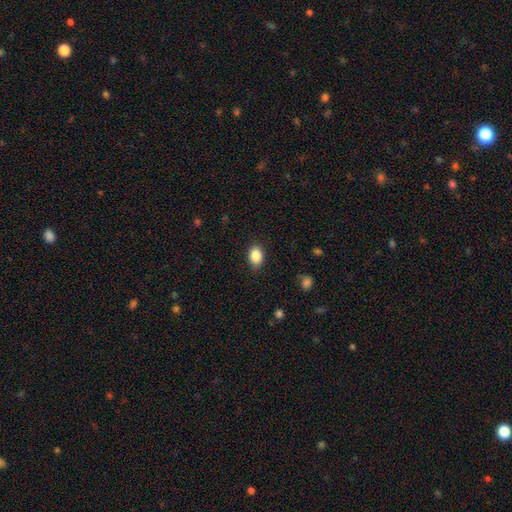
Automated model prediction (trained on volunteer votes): Morphology: type=smooth (87%); roundness=in between (81%); merging=none (86%).